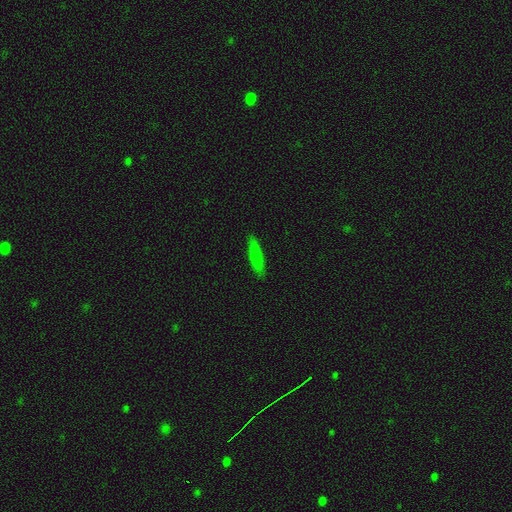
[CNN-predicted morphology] Smooth or featured: smooth — 80% (featured or disk — 12%)
How rounded: cigar-shaped — 75% (in between — 23%)
Merging: none — 87% (minor disturbance — 10%)